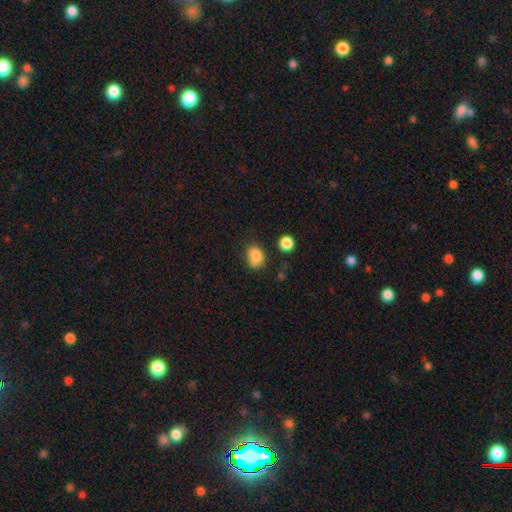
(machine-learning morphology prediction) smooth 83%, star or artifact 10%, featured or disk 7%. Down the decision tree: how rounded — in between (61%); merging — none (55%).